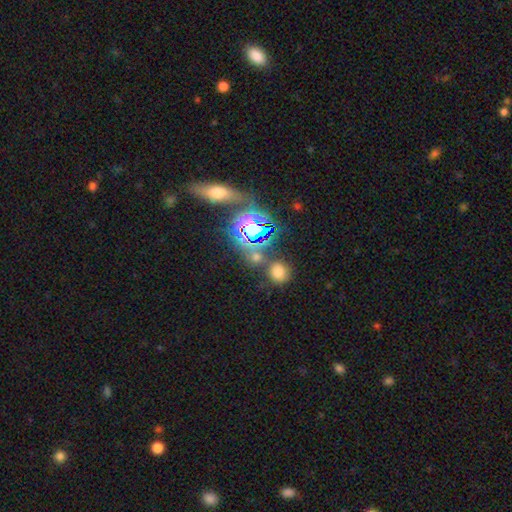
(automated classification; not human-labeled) Morphology: type=star or artifact (47%).